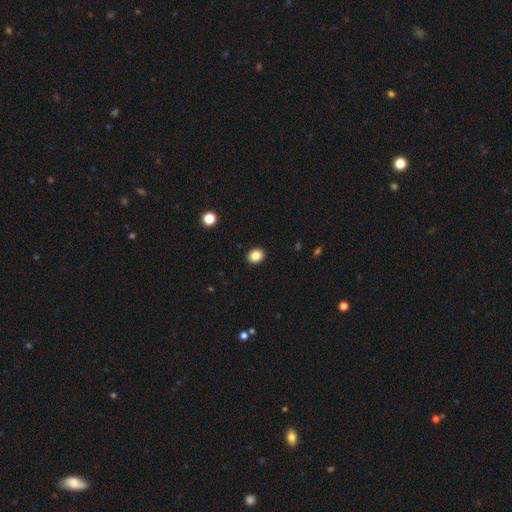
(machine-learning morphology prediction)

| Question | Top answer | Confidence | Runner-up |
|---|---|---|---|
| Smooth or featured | smooth | 85% | star or artifact (11%) |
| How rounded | round | 68% | in between (31%) |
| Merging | none | 92% | minor disturbance (5%) |